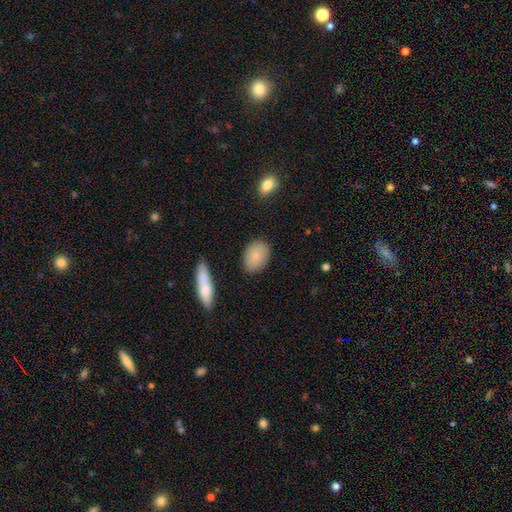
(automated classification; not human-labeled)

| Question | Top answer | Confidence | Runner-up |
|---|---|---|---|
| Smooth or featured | smooth | 83% | featured or disk (10%) |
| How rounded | in between | 81% | round (17%) |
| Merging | none | 85% | minor disturbance (10%) |